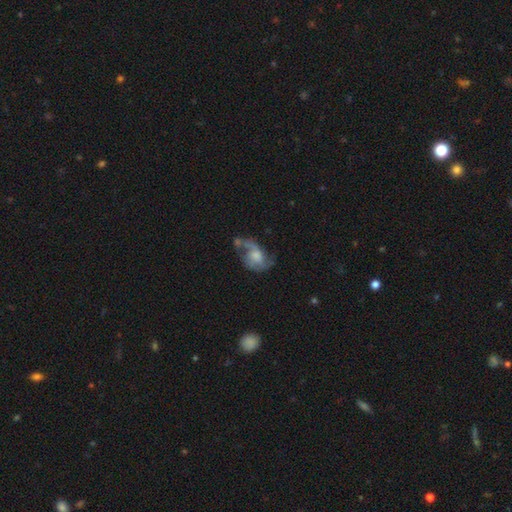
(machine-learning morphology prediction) Q: Smooth or featured?
A: featured or disk (66%); runner-up: smooth (26%)
Q: Edge-on disk?
A: no (97%); runner-up: yes (3%)
Q: Bar?
A: no (62%); runner-up: weak (33%)
Q: Spiral arms?
A: yes (81%); runner-up: no (19%)
Q: Spiral winding?
A: loose (51%); runner-up: medium (37%)
Q: Spiral arm count?
A: 2 (63%); runner-up: 1 (18%)
Q: Bulge size?
A: moderate (35%); runner-up: small (26%)
Q: Merging?
A: major disturbance (33%); runner-up: none (31%)